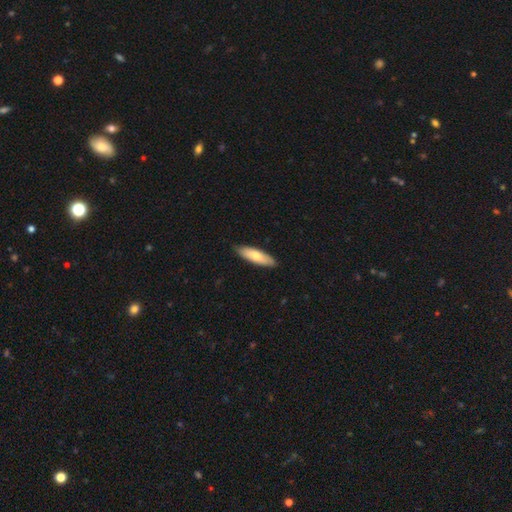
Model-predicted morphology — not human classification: smooth_or_featured: smooth (p=0.71) [alt: featured or disk p=0.24]
how_rounded: cigar-shaped (p=0.53) [alt: in between p=0.46]
merging: none (p=0.87) [alt: minor disturbance p=0.10]